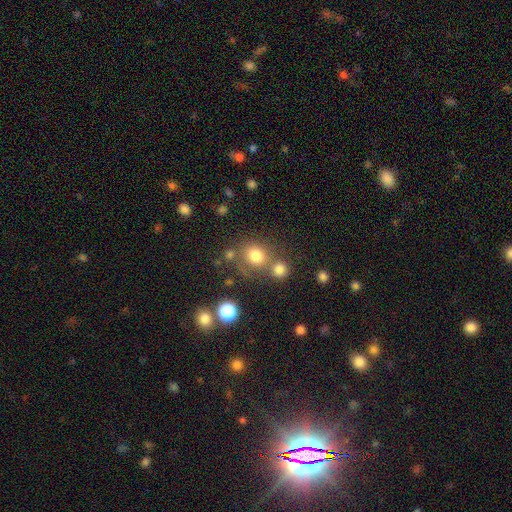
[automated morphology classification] Smooth or featured?
  - smooth: 77% *
  - star or artifact: 14%
  - featured or disk: 9%
How rounded?
  - round: 80% *
  - in between: 19%
  - cigar-shaped: 1%
Merging?
  - none: 58% *
  - merger: 25%
  - minor disturbance: 11%
  - major disturbance: 6%